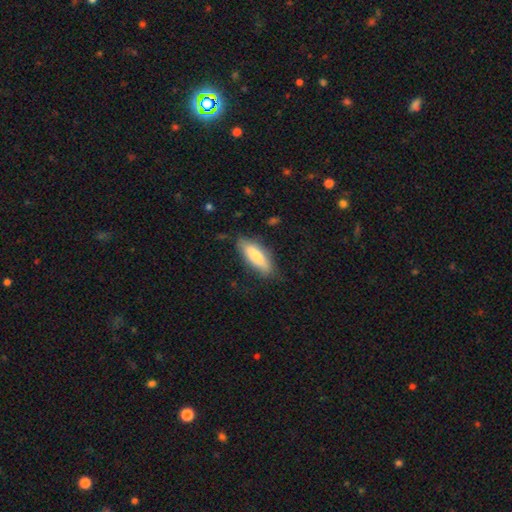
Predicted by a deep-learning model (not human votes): Smooth or featured? smooth (76%)
How rounded? in between (59%)
Merging? none (75%)